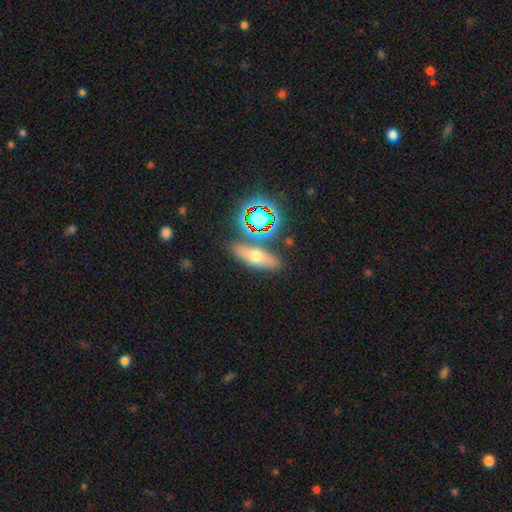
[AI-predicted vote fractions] This appears to be a smooth galaxy with no disk features (53%) that is in between round and cigar-shaped (53%). Merging: none (79%).